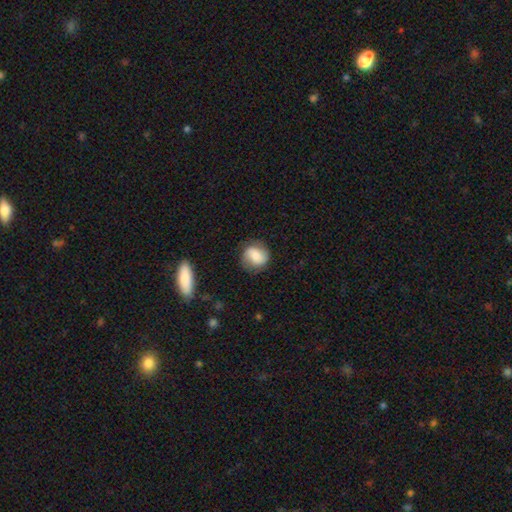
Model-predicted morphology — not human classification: The model was most divided on "smooth or featured": smooth: 63%, featured or disk: 29%, star or artifact: 8%. More confident: how rounded — round (77%); merging — none (74%).